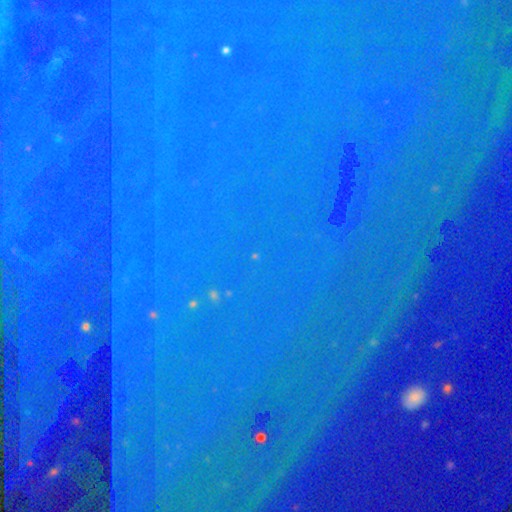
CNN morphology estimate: Overall: star or artifact (87%).